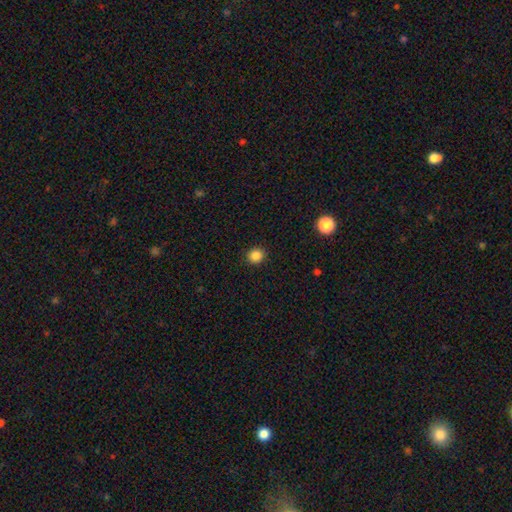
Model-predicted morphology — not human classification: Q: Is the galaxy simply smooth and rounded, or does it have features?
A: smooth — 85%.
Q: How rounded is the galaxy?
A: round — 88%.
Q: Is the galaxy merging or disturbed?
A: none — 92%.